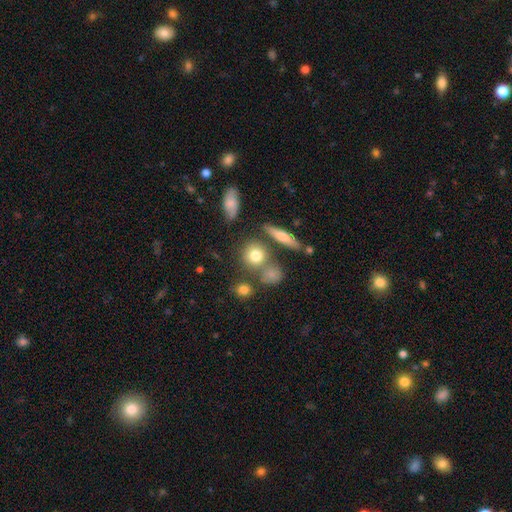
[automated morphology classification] Smooth or featured?
  - smooth: 76% *
  - featured or disk: 13%
  - star or artifact: 11%
How rounded?
  - round: 75% *
  - in between: 20%
  - cigar-shaped: 4%
Merging?
  - none: 64% *
  - merger: 19%
  - minor disturbance: 12%
  - major disturbance: 5%